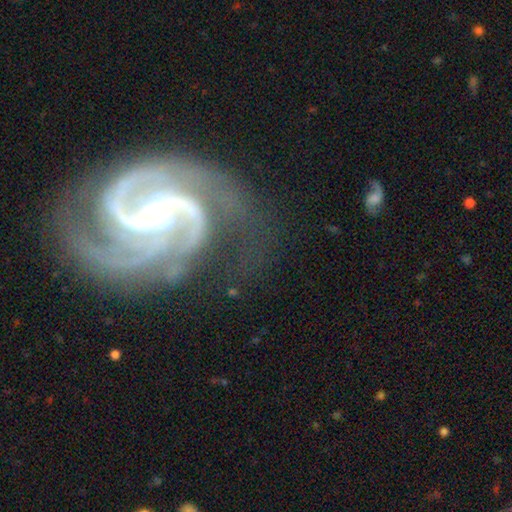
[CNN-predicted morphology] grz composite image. It shows a featured or disk galaxy (89%) with no bar (38%), 2 (37%) medium (51%) spiral arms (96%) and a small central bulge (66%). Merging: none (54%).